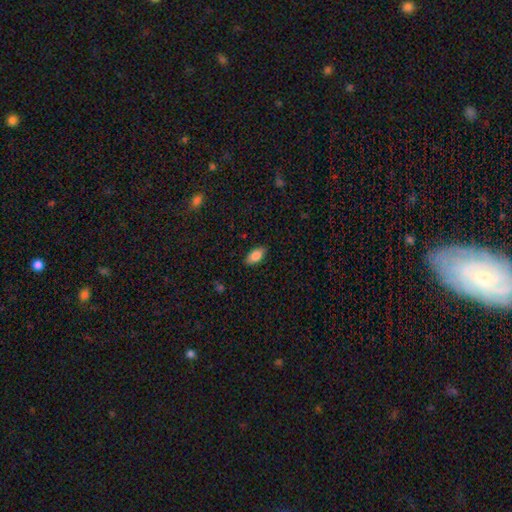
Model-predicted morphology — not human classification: This appears to be a smooth galaxy with no disk features (85%) that is in between round and cigar-shaped (90%). Merging: none (86%).